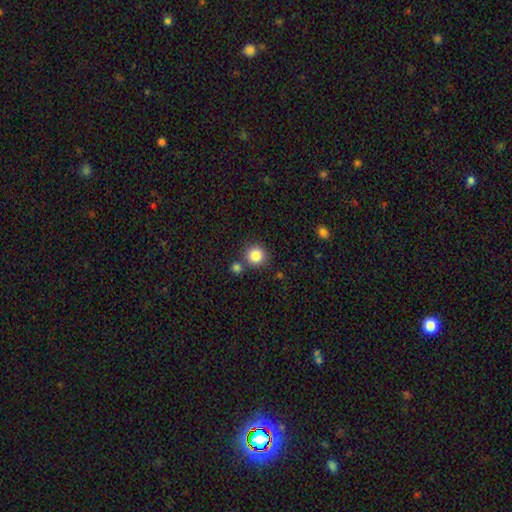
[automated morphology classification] Smooth or featured: smooth — 85% (star or artifact — 10%)
How rounded: round — 94% (in between — 6%)
Merging: none — 77% (merger — 13%)